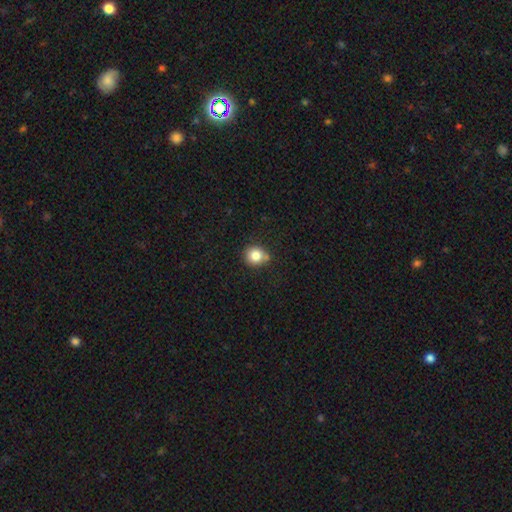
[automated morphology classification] Smooth or featured? smooth (83%)
How rounded? round (87%)
Merging? none (71%)